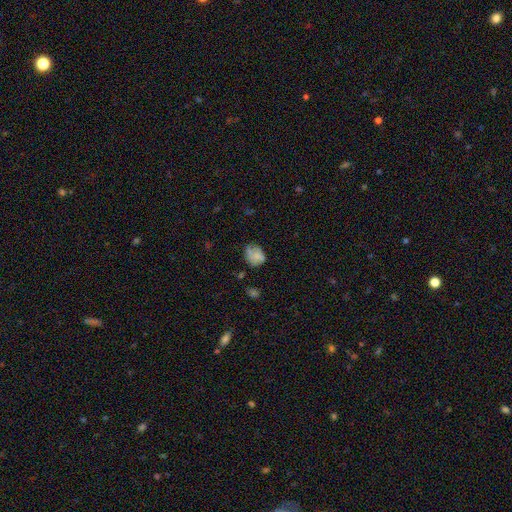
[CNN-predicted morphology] This is likely a smooth galaxy (65%). How rounded: possibly round (50%). Merging: possibly none (51%).